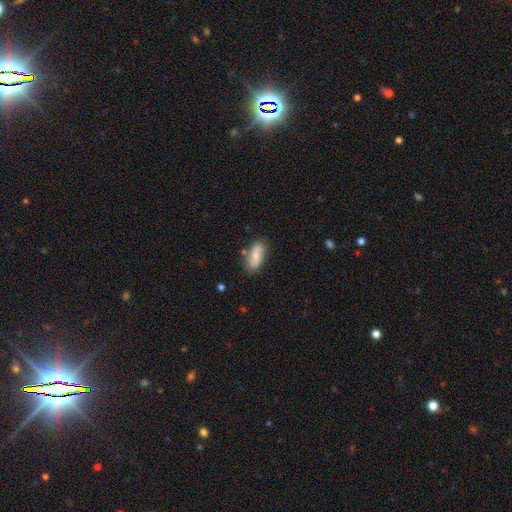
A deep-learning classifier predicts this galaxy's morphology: Overall: smooth (77%). How rounded: in between (85%). Merging: none (77%).